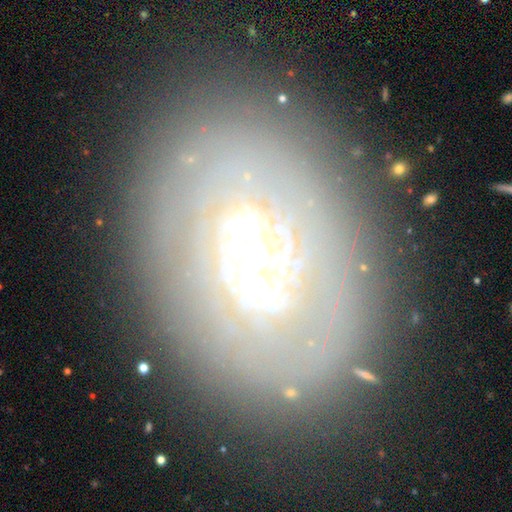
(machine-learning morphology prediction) A featured or disk galaxy (69%) with a weak bar (43%), spiral arms (66%) and a small central bulge (70%).

Vote fractions:
- Smooth or featured? featured or disk: 69% / smooth: 22% / star or artifact: 9%
- Edge-on disk? no: 95% / yes: 5%
- Bar? weak: 43% / no: 37% / strong: 20%
- Spiral arms? yes: 66% / no: 34%
- Bulge size? small: 70% / moderate: 22% / none: 3% / large: 3% / dominant: 1%
- Merging? none: 80% / minor disturbance: 13% / major disturbance: 5% / merger: 2%